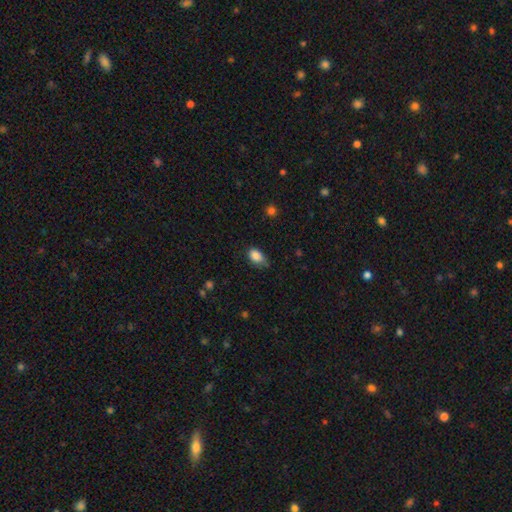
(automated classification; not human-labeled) Smooth or featured?
  - smooth: 86% *
  - star or artifact: 8%
  - featured or disk: 5%
How rounded?
  - in between: 85% *
  - round: 13%
  - cigar-shaped: 2%
Merging?
  - none: 58% *
  - minor disturbance: 34%
  - major disturbance: 7%
  - merger: 2%